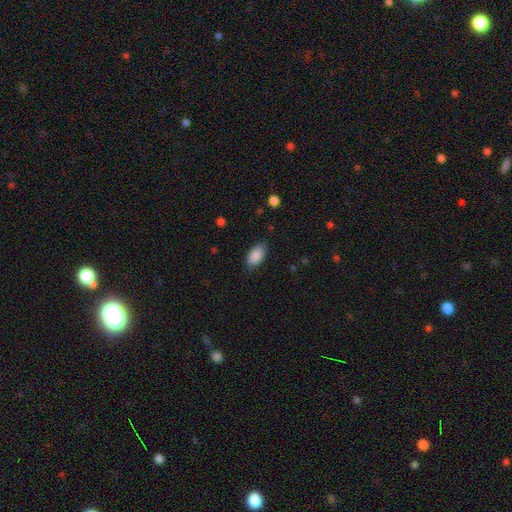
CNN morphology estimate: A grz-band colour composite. It shows a smooth galaxy with no disk features (88%) that is in between round and cigar-shaped (94%). Merging: none (80%).